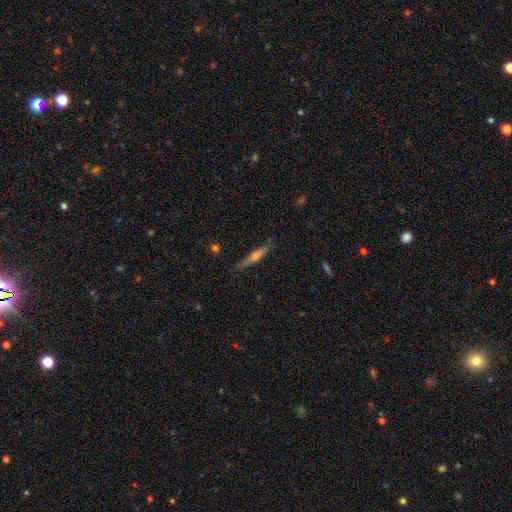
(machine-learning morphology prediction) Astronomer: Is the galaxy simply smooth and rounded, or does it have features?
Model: featured or disk — 56% (runner-up: smooth, 37%).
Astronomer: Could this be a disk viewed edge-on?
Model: yes — 96%.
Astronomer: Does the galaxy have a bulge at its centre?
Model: rounded — 75%.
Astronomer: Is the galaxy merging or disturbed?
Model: none — 84%.